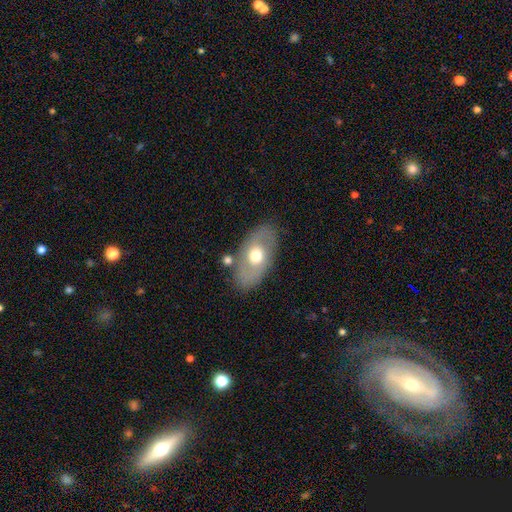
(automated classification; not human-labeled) Morphology: type=smooth (49%); merging=none (77%).